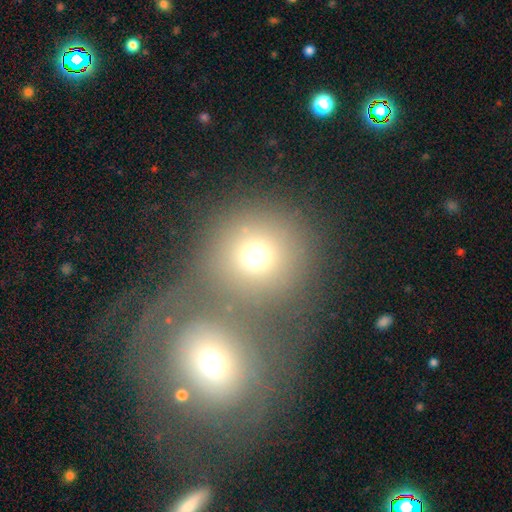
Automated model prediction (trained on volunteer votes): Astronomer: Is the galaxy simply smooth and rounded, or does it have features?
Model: smooth — 71%.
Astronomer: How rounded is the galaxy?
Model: round — 90%.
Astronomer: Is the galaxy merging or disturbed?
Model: none — 61%.